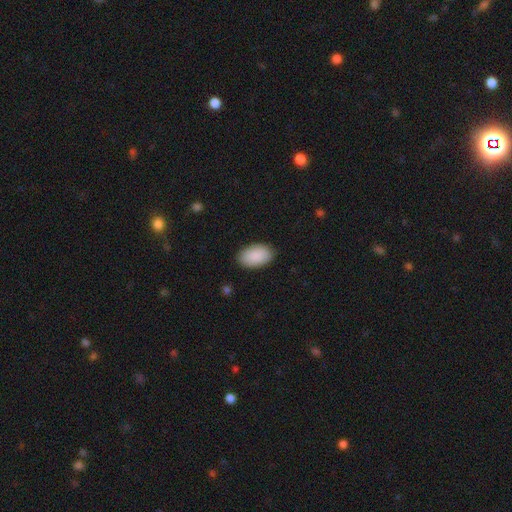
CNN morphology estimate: A smooth galaxy with no disk features (91%) that is in between round and cigar-shaped (95%).

Vote fractions:
- Smooth or featured? smooth: 91% / star or artifact: 6% / featured or disk: 3%
- How rounded? in between: 95% / round: 4% / cigar-shaped: 1%
- Merging? none: 88% / minor disturbance: 9% / major disturbance: 2% / merger: 1%